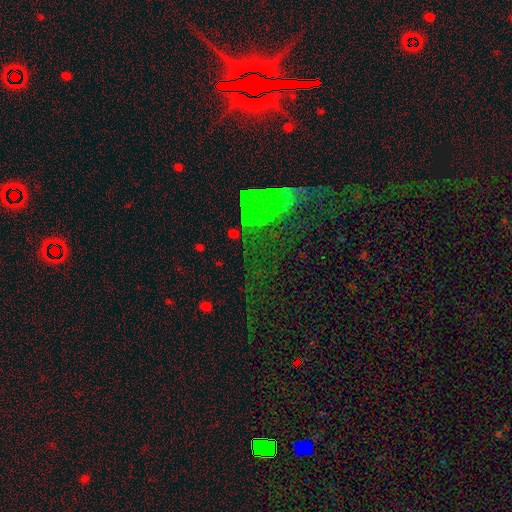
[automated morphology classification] smooth-or-featured: star or artifact: 75% | featured or disk: 13% | smooth: 12%